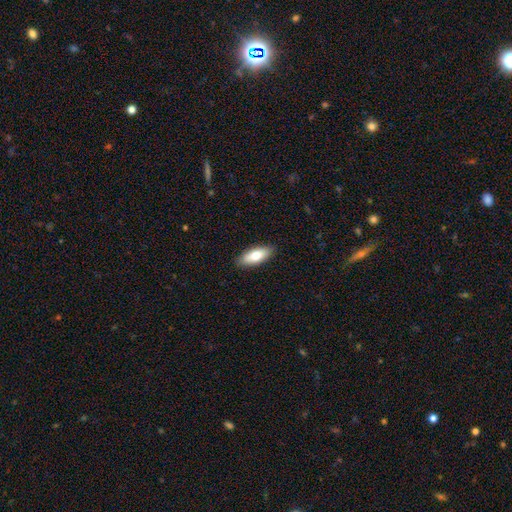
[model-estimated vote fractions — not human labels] Smooth or featured: smooth — 75% (featured or disk — 19%)
How rounded: in between — 76% (cigar-shaped — 22%)
Merging: none — 89% (minor disturbance — 9%)